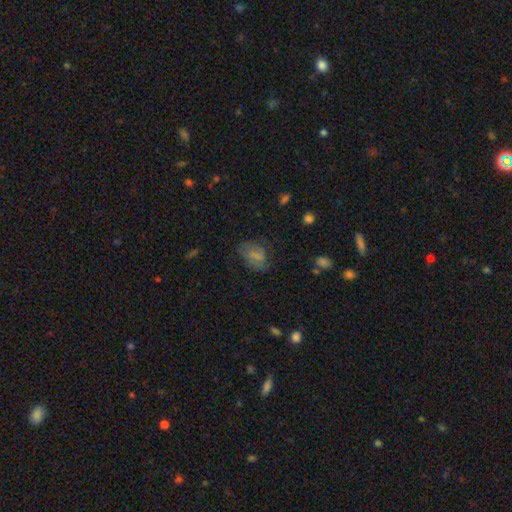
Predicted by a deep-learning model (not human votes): smooth_or_featured: smooth (p=0.68) [alt: featured or disk p=0.22]
how_rounded: in between (p=0.71) [alt: round p=0.27]
merging: none (p=0.56) [alt: minor disturbance p=0.27]